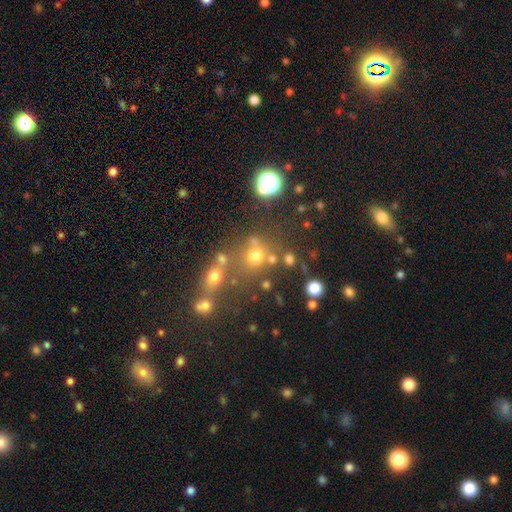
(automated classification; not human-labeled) smooth_or_featured: smooth (p=0.62) [alt: star or artifact p=0.25]
how_rounded: round (p=0.83) [alt: in between p=0.15]
merging: none (p=0.61) [alt: merger p=0.22]